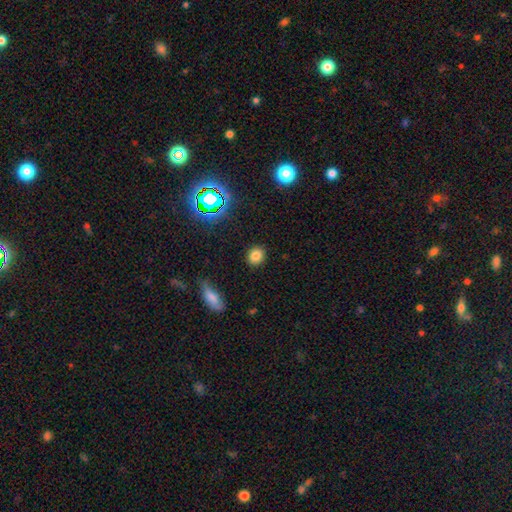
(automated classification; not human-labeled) A smooth galaxy with no disk features (79%) that is round (70%).

Vote fractions:
- Smooth or featured? smooth: 79% / star or artifact: 15% / featured or disk: 7%
- How rounded? round: 70% / in between: 28% / cigar-shaped: 1%
- Merging? none: 89% / minor disturbance: 7% / major disturbance: 2% / merger: 1%